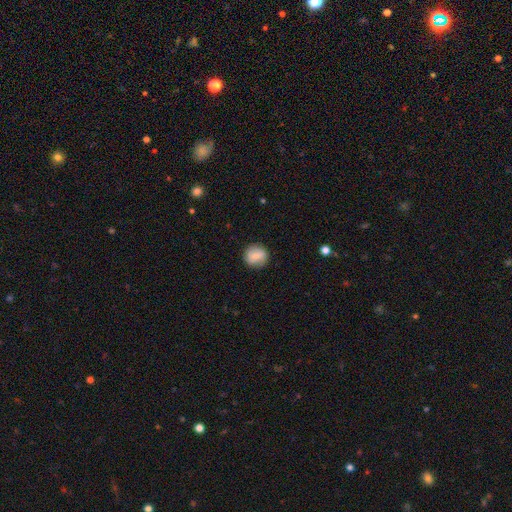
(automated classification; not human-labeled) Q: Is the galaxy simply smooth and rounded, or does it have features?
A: smooth — 71%.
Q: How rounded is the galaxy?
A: round — 90%.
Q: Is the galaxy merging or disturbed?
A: none — 86%.